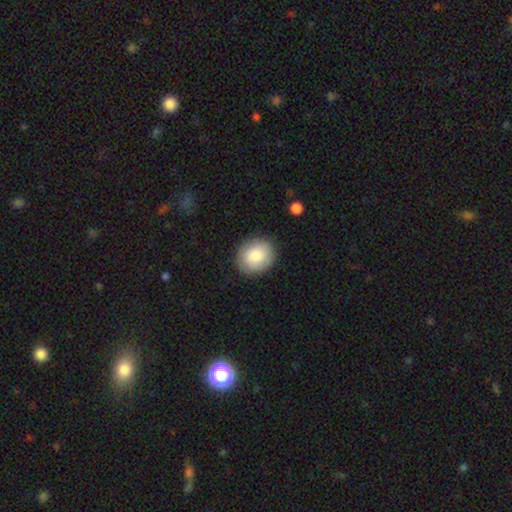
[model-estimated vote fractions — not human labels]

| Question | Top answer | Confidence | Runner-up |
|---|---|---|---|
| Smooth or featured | smooth | 83% | featured or disk (10%) |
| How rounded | round | 66% | in between (34%) |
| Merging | none | 86% | minor disturbance (10%) |